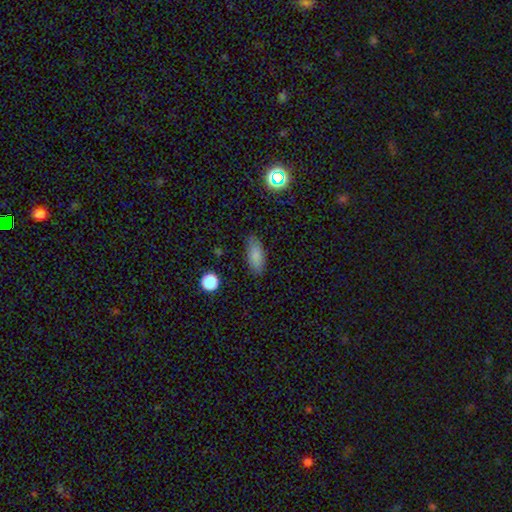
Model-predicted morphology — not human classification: This appears to be a smooth galaxy with no disk features (83%) that is in between round and cigar-shaped (81%). Merging: none (82%).